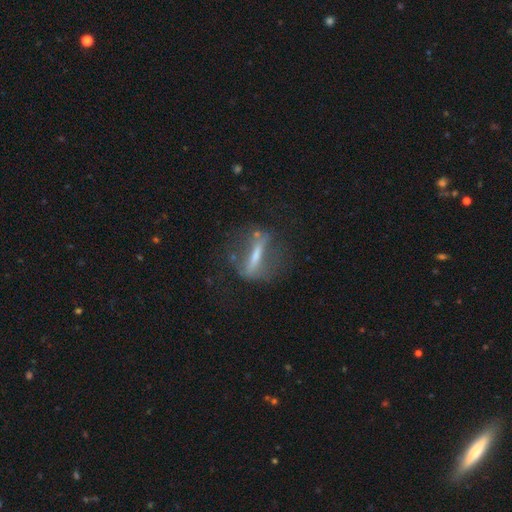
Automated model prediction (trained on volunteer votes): A featured or disk galaxy (64%). Merging: none (61%).